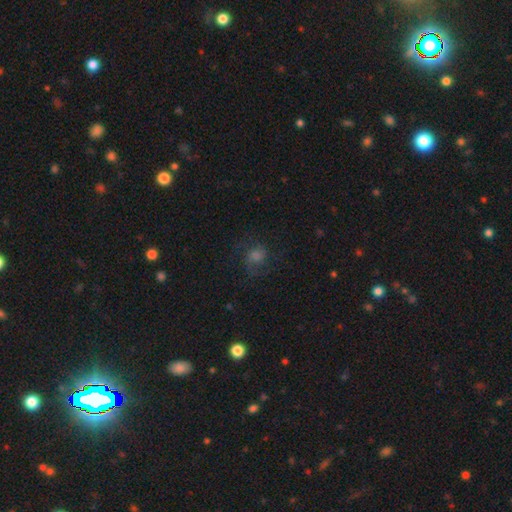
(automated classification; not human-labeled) This appears to be a featured or disk galaxy (40%). Merging: none (63%).